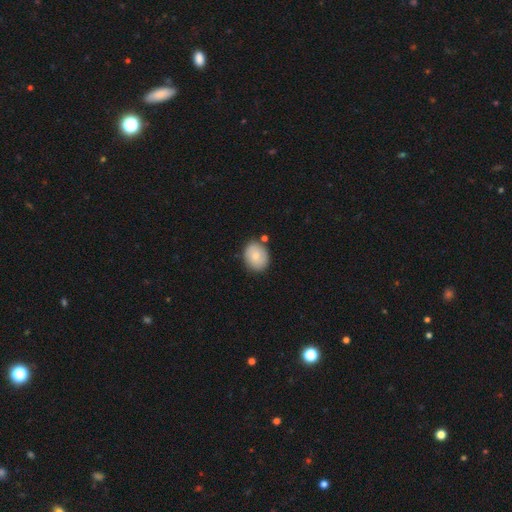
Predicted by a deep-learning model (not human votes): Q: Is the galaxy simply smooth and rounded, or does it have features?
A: smooth — 78%.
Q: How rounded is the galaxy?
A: round — 54%.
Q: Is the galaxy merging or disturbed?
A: none — 79%.